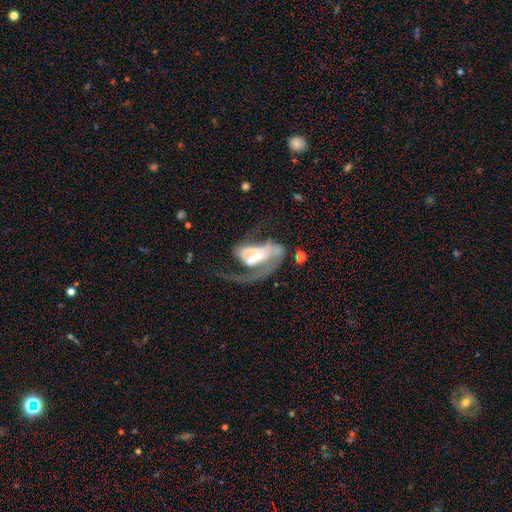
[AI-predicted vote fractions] Q: Smooth or featured?
A: featured or disk (74%); runner-up: smooth (20%)
Q: Edge-on disk?
A: no (95%); runner-up: yes (5%)
Q: Bar?
A: no (44%); runner-up: weak (34%)
Q: Spiral arms?
A: yes (74%); runner-up: no (26%)
Q: Spiral winding?
A: loose (47%); runner-up: medium (34%)
Q: Spiral arm count?
A: 1 (67%); runner-up: 2 (17%)
Q: Bulge size?
A: moderate (37%); runner-up: large (26%)
Q: Merging?
A: major disturbance (62%); runner-up: none (17%)